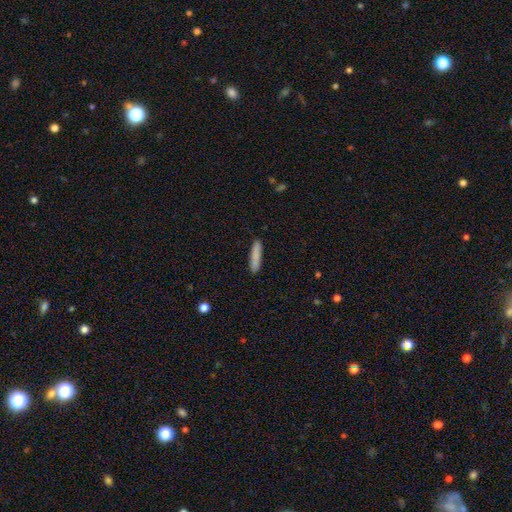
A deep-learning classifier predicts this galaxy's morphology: Q: Smooth or featured?
A: smooth (85%); runner-up: featured or disk (9%)
Q: How rounded?
A: cigar-shaped (87%); runner-up: in between (12%)
Q: Merging?
A: none (89%); runner-up: minor disturbance (8%)